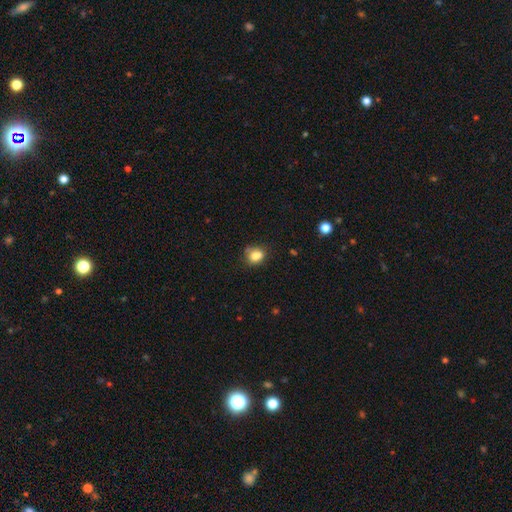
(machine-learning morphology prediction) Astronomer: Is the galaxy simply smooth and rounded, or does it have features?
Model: smooth — 81%.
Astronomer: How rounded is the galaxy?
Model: round — 52% (runner-up: in between, 46%).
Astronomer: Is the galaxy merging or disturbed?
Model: none — 59%.